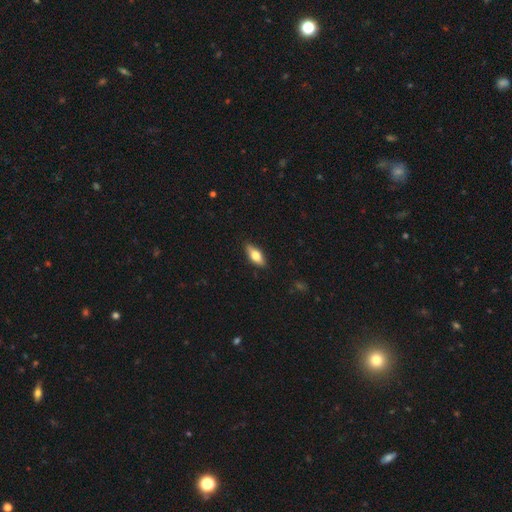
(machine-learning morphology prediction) Q: Smooth or featured?
A: smooth (64%); runner-up: featured or disk (30%)
Q: How rounded?
A: in between (75%); runner-up: cigar-shaped (22%)
Q: Merging?
A: none (86%); runner-up: minor disturbance (11%)